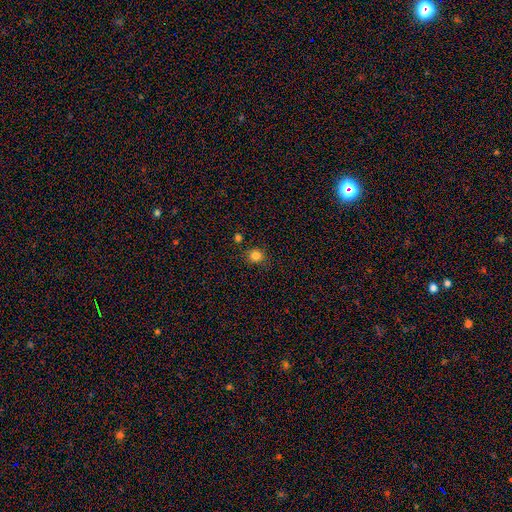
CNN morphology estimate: smooth_or_featured: smooth (p=0.82) [alt: star or artifact p=0.13]
how_rounded: round (p=0.89) [alt: in between p=0.10]
merging: none (p=0.85) [alt: minor disturbance p=0.09]